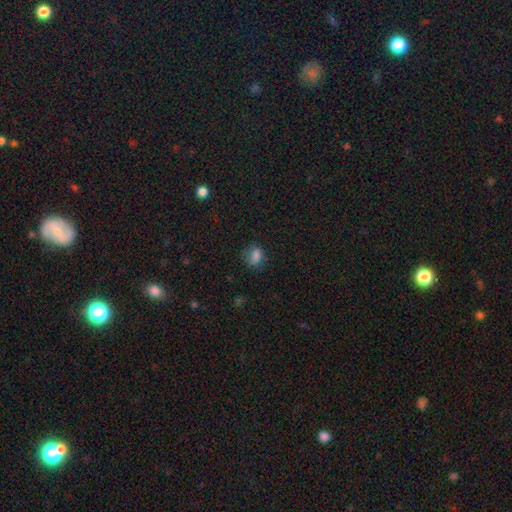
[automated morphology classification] A smooth galaxy with no disk features (79%) that is in between round and cigar-shaped (57%).

Vote fractions:
- Smooth or featured? smooth: 79% / star or artifact: 12% / featured or disk: 8%
- How rounded? in between: 57% / round: 41% / cigar-shaped: 2%
- Merging? none: 67% / minor disturbance: 23% / major disturbance: 9% / merger: 2%